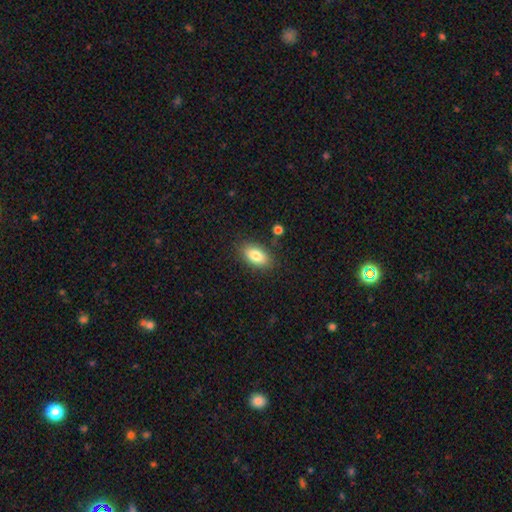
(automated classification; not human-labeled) smooth_or_featured: smooth (p=0.82) [alt: featured or disk p=0.10]
how_rounded: in between (p=0.91) [alt: round p=0.05]
merging: none (p=0.84) [alt: minor disturbance p=0.11]